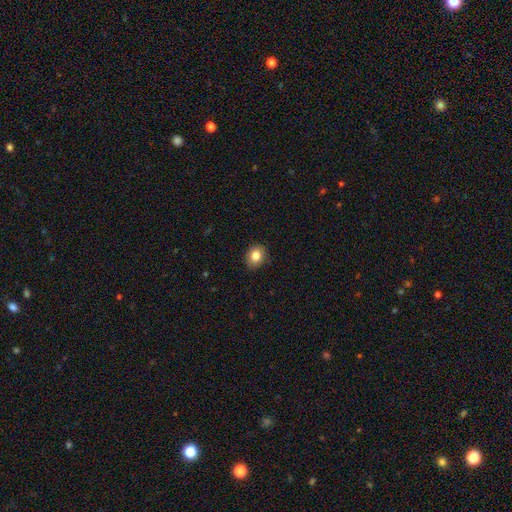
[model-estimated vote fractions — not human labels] The model was most divided on "how rounded": round: 54%, in between: 45%, cigar-shaped: 1%. More confident: merging — none (86%); smooth or featured — smooth (83%).